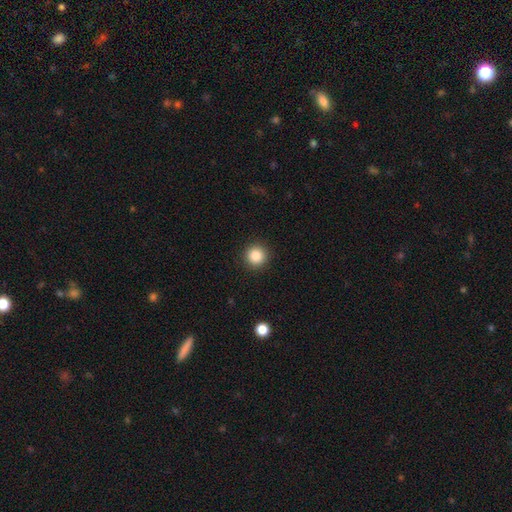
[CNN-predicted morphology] Smooth or featured?
  - smooth: 86% *
  - star or artifact: 10%
  - featured or disk: 4%
How rounded?
  - round: 95% *
  - in between: 4%
  - cigar-shaped: 1%
Merging?
  - none: 92% *
  - minor disturbance: 5%
  - major disturbance: 2%
  - merger: 1%